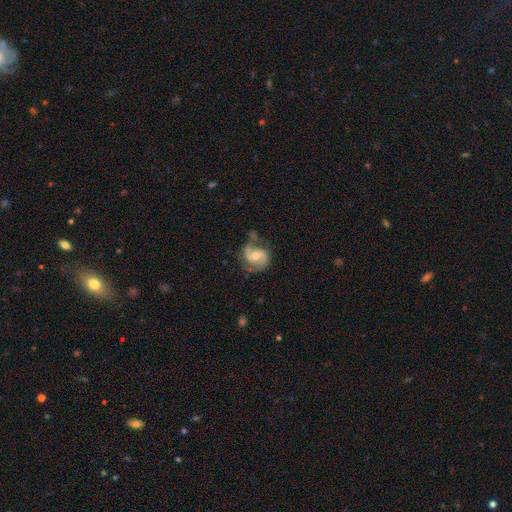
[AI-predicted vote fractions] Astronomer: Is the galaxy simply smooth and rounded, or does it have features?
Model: featured or disk — 84%.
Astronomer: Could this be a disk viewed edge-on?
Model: no — 98%.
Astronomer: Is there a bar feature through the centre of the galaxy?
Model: weak — 46% (runner-up: no, 38%).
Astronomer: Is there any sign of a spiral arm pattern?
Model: yes — 96%.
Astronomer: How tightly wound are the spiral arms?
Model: medium — 52%.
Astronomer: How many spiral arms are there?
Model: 2 — 89%.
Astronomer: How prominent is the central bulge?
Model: moderate — 61%.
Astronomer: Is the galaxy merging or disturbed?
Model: none — 61%.